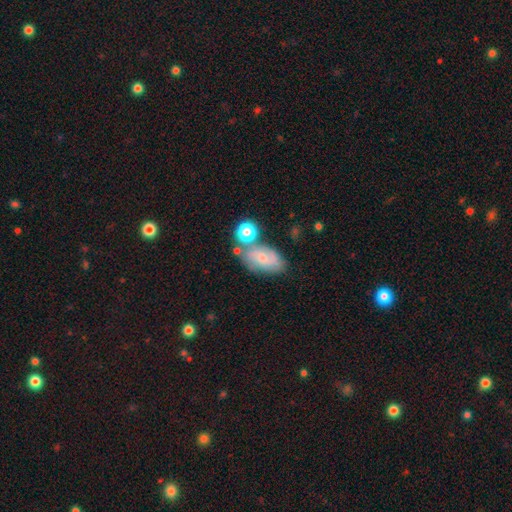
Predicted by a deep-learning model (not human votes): featured or disk 48%, smooth 42%, star or artifact 10%. Down the decision tree: merging — none (51%).